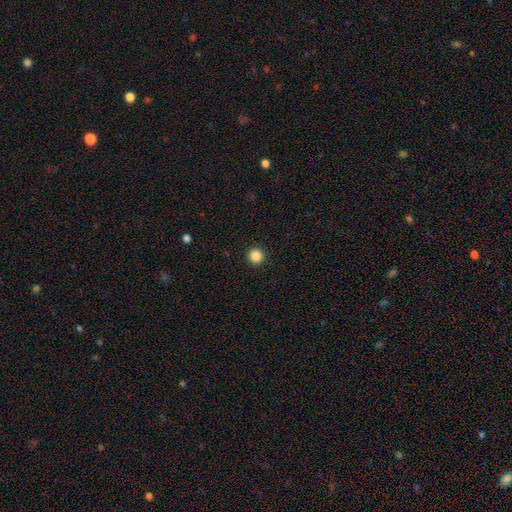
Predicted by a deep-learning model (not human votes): Morphology: type=smooth (86%); roundness=round (95%); merging=none (93%).